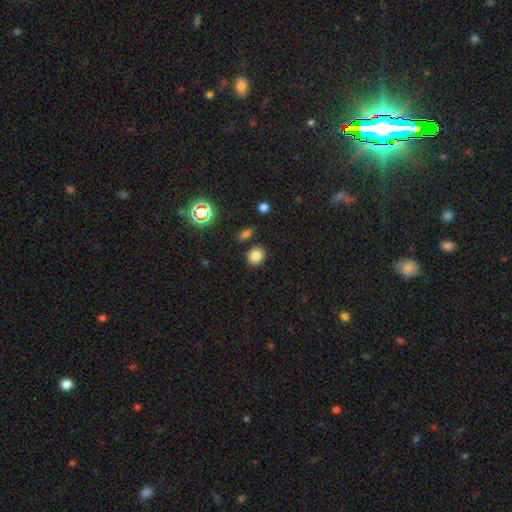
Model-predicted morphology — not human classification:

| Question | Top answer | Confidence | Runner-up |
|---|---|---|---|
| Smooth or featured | smooth | 82% | star or artifact (12%) |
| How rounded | round | 66% | in between (33%) |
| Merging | none | 83% | minor disturbance (9%) |